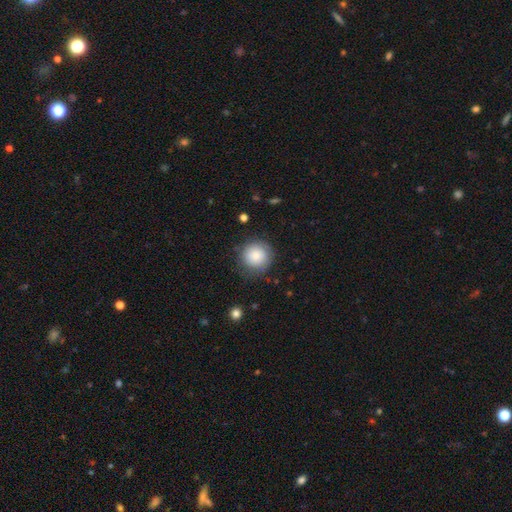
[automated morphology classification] This is clearly a smooth galaxy (82%). How rounded: clearly round (93%). Merging: likely none (79%).